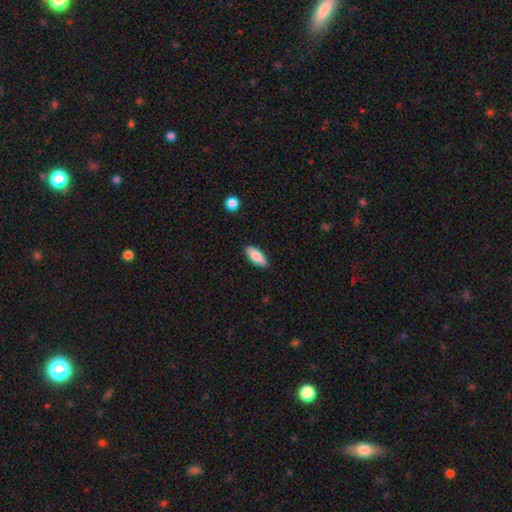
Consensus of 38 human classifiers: Overall: smooth (58%; featured or disk 34%). How rounded: in between (77%). Merging: none (83%).